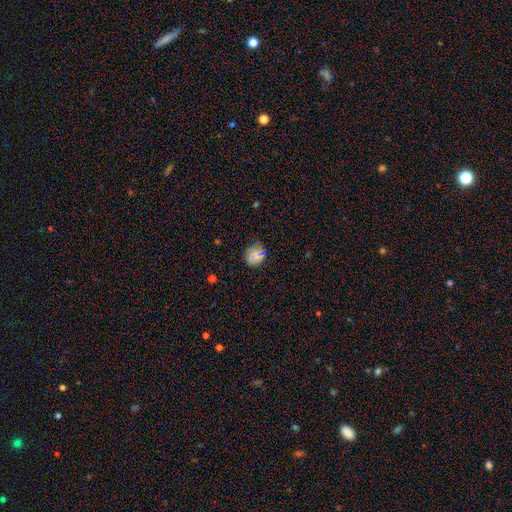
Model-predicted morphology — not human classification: A smooth galaxy with no disk features (73%) that is round (77%).

Vote fractions:
- Smooth or featured? smooth: 73% / star or artifact: 17% / featured or disk: 10%
- How rounded? round: 77% / in between: 22% / cigar-shaped: 1%
- Merging? none: 78% / minor disturbance: 16% / major disturbance: 4% / merger: 2%